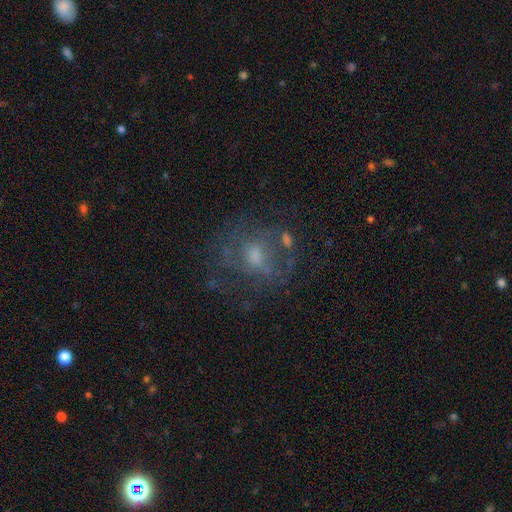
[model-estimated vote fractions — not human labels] A featured or disk galaxy (59%) with no bar (59%), no spiral arms (51%) and a moderate central bulge (50%). Merging: none (59%).